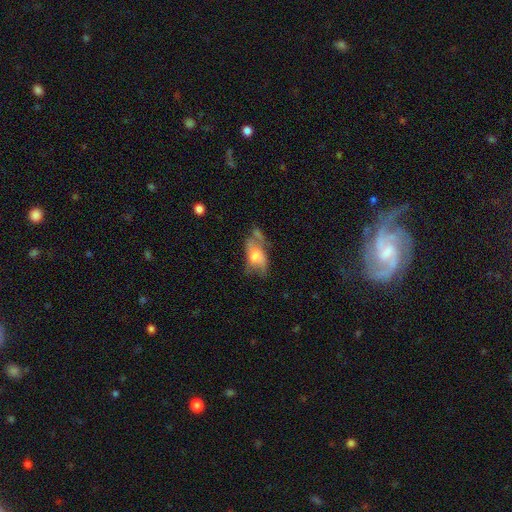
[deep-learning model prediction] Morphology: type=smooth (49%); merging=major disturbance (32%).